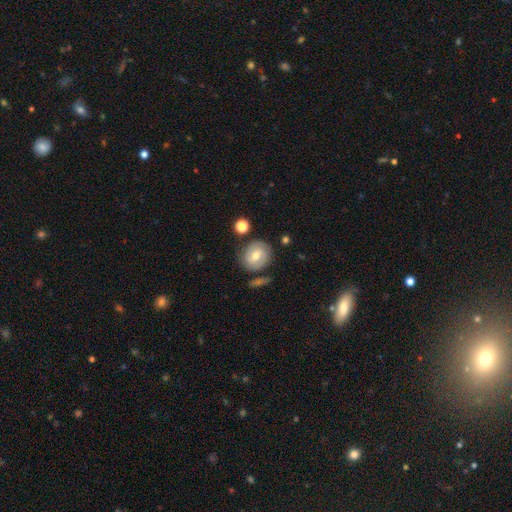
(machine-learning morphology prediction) This appears to be a smooth galaxy with no disk features (53%) that is round (78%). Merging: none (76%).